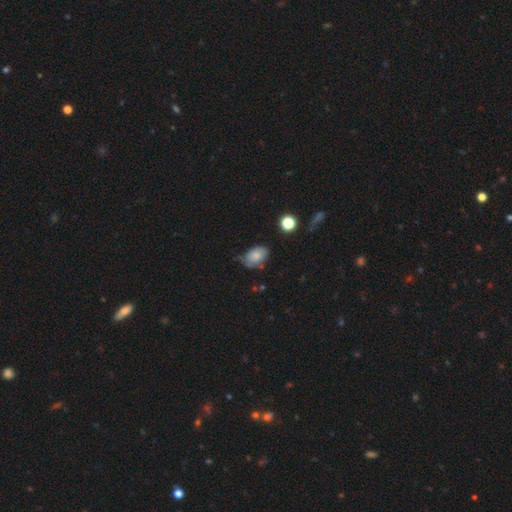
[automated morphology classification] Smooth or featured?
  - smooth: 76% *
  - featured or disk: 15%
  - star or artifact: 9%
How rounded?
  - in between: 81% *
  - round: 17%
  - cigar-shaped: 1%
Merging?
  - none: 51% *
  - minor disturbance: 37%
  - major disturbance: 9%
  - merger: 4%